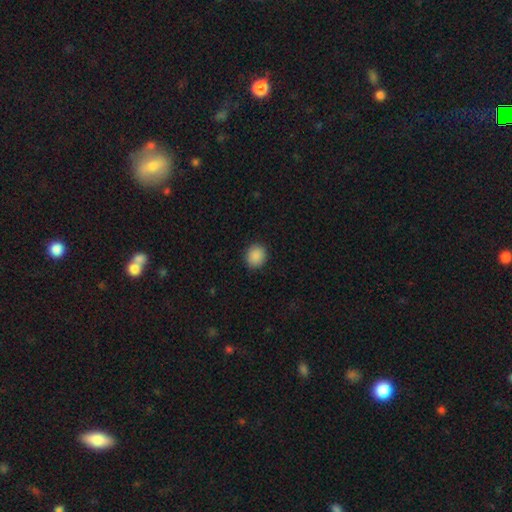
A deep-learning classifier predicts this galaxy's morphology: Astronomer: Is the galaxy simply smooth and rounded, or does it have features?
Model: smooth — 89%.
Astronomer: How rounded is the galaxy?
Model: round — 75%.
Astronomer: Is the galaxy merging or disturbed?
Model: none — 90%.